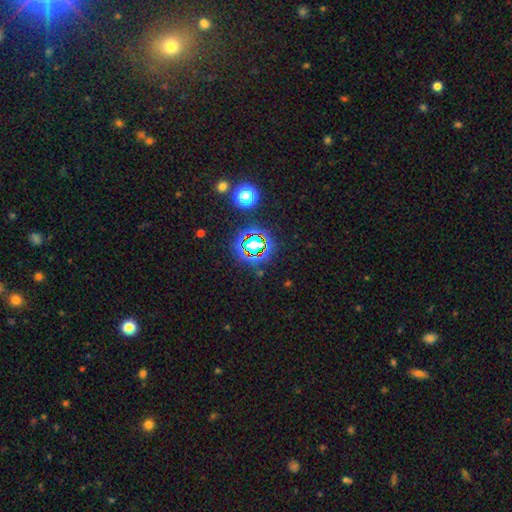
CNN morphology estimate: Overall: star or artifact (78%).